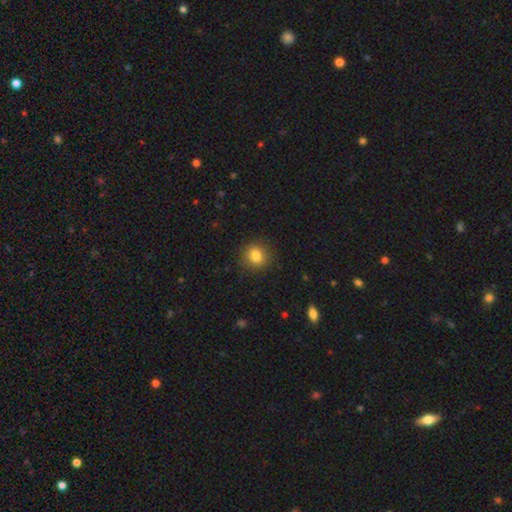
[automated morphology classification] type=smooth (83%); roundness=round (80%); merging=none (88%).